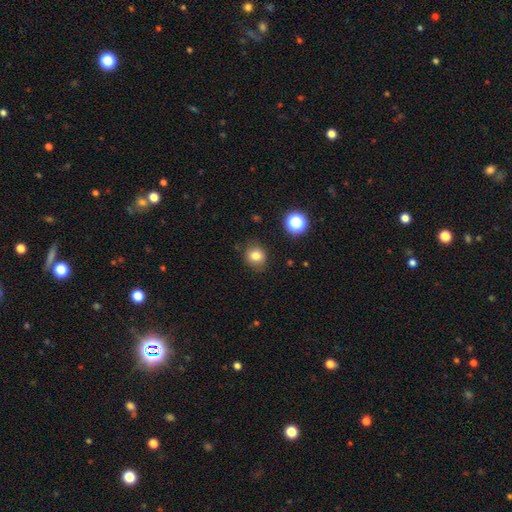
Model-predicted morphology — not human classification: Smooth or featured: smooth — 80% (star or artifact — 13%)
How rounded: round — 76% (in between — 24%)
Merging: none — 84% (minor disturbance — 12%)